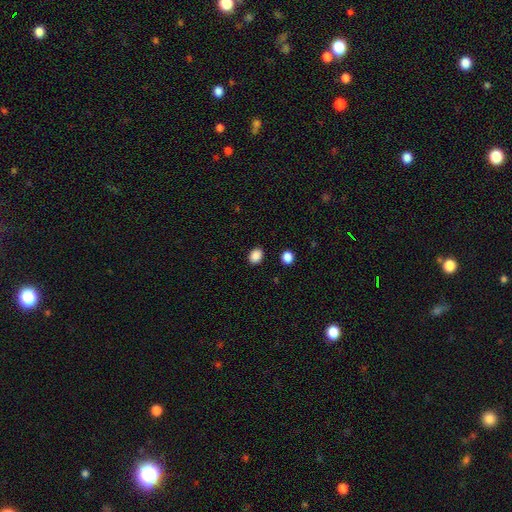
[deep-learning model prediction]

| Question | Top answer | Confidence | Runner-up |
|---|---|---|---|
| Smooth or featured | smooth | 88% | star or artifact (9%) |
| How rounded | in between | 61% | round (38%) |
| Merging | none | 89% | minor disturbance (7%) |